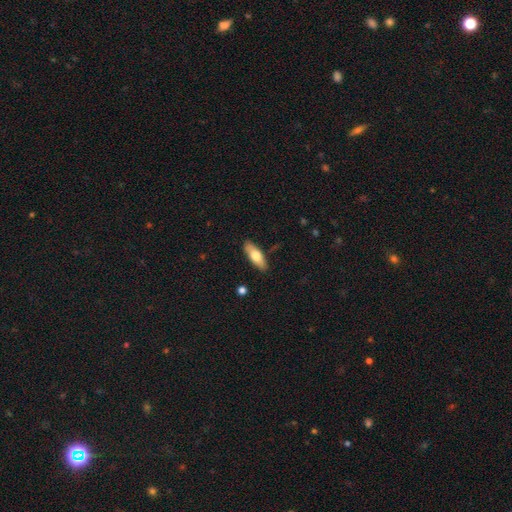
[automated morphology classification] Q: Smooth or featured?
A: smooth (65%); runner-up: featured or disk (29%)
Q: How rounded?
A: in between (68%); runner-up: cigar-shaped (29%)
Q: Merging?
A: none (87%); runner-up: minor disturbance (10%)